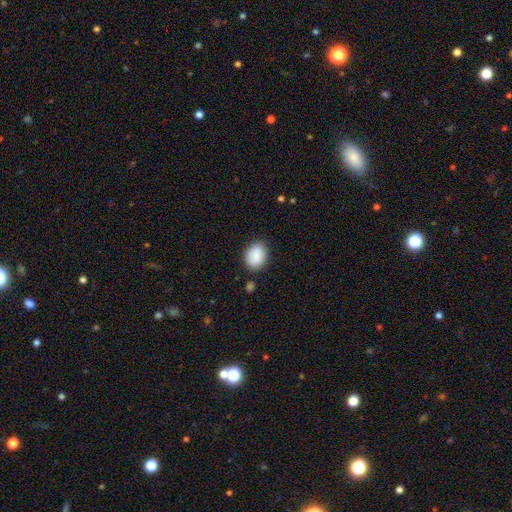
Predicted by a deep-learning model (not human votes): Morphology: type=smooth (89%); roundness=in between (66%); merging=none (82%).